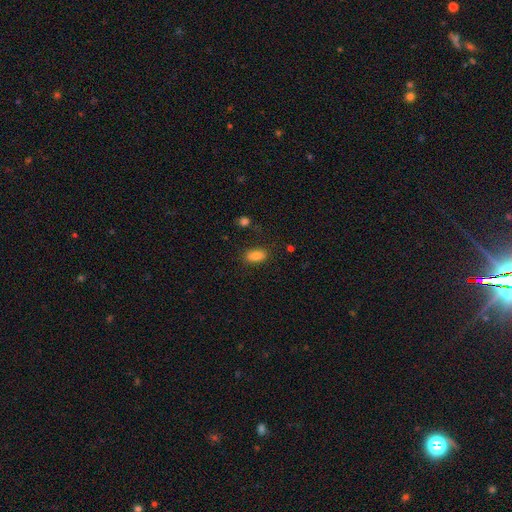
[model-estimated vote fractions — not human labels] Q: Smooth or featured?
A: smooth (86%); runner-up: star or artifact (9%)
Q: How rounded?
A: in between (89%); runner-up: cigar-shaped (7%)
Q: Merging?
A: none (83%); runner-up: minor disturbance (11%)